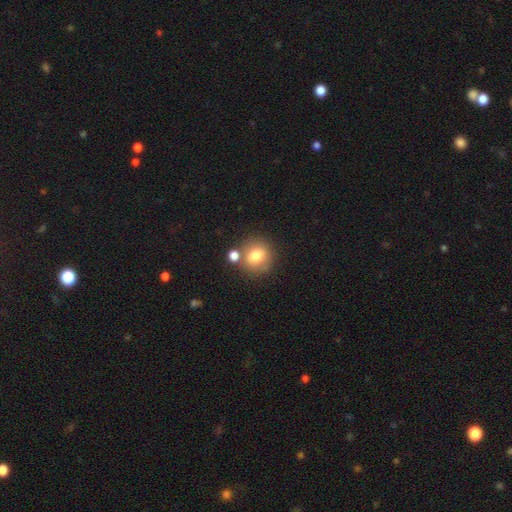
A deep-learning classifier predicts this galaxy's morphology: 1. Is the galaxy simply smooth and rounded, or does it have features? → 77% smooth, 13% featured or disk, 10% star or artifact.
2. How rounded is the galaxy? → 81% round, 18% in between, 1% cigar-shaped.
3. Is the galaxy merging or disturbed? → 67% none, 17% merger, 12% minor disturbance, 4% major disturbance.